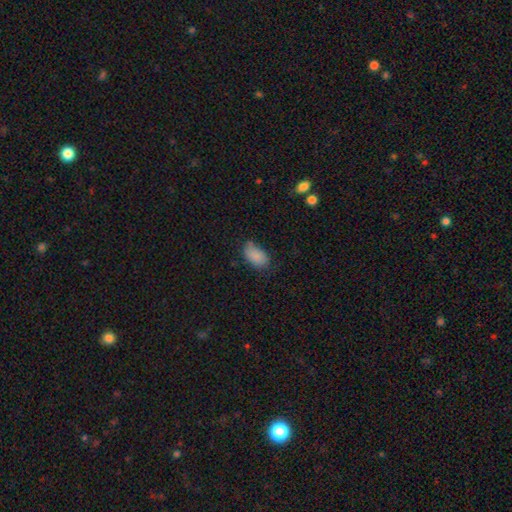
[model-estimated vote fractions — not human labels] Smooth or featured? smooth (86%)
How rounded? in between (92%)
Merging? none (59%)